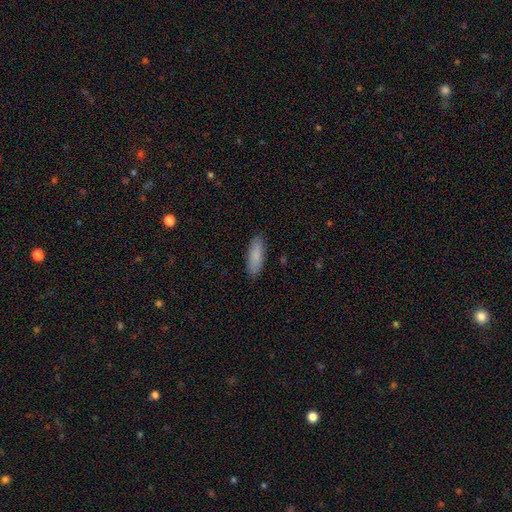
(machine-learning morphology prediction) Smooth or featured: smooth — 87% (featured or disk — 7%)
How rounded: in between — 54% (cigar-shaped — 44%)
Merging: none — 89% (minor disturbance — 8%)